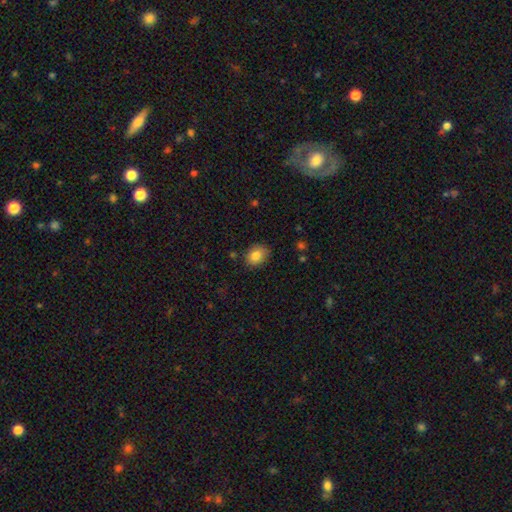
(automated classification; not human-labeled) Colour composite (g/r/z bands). It shows a smooth galaxy with no disk features (83%) that is in between round and cigar-shaped (55%). Merging: none (80%).